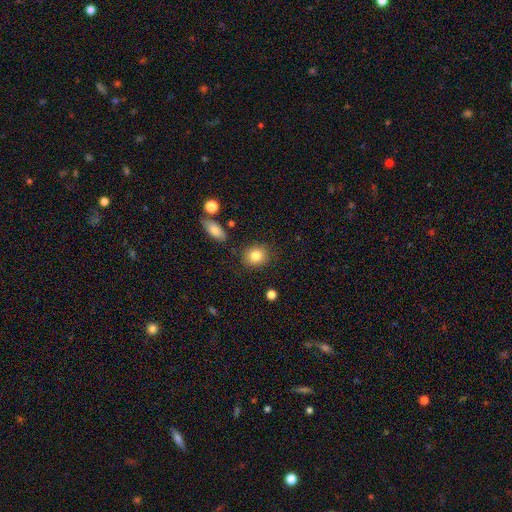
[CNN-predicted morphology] This appears to be a smooth galaxy with no disk features (84%) that is round (65%). Merging: none (84%).